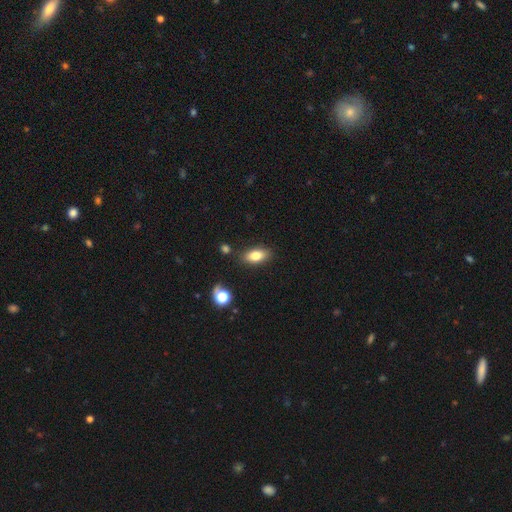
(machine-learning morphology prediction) This is likely a smooth galaxy (79%). How rounded: clearly in between (86%). Merging: clearly none (83%).